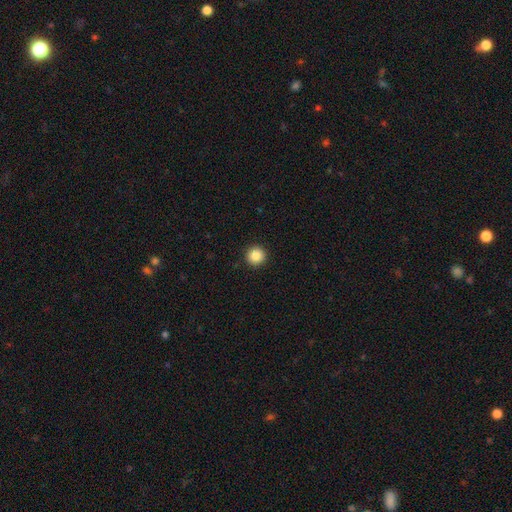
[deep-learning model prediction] This appears to be a smooth galaxy with no disk features (87%) that is round (96%). Merging: none (93%).